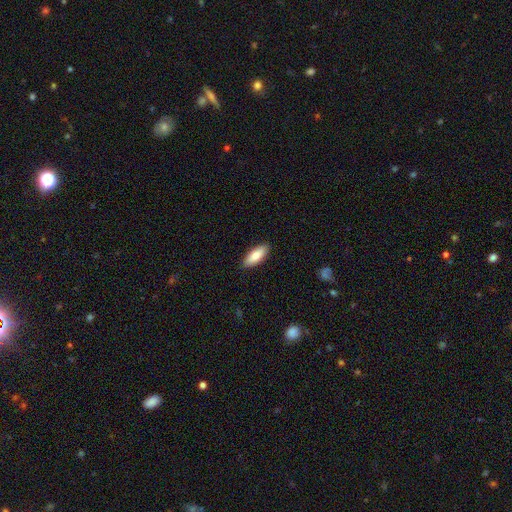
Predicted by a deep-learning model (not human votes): This appears to be a smooth galaxy with no disk features (84%) that is in between round and cigar-shaped (74%). Merging: none (90%).